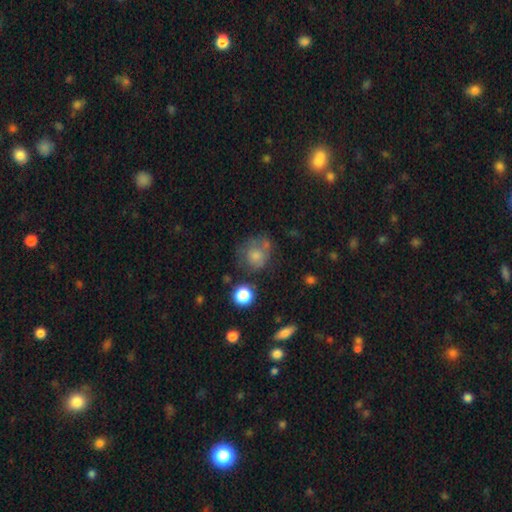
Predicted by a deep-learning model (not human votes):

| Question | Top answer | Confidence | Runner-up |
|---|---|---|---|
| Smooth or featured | smooth | 62% | featured or disk (24%) |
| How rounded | round | 78% | in between (21%) |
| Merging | none | 52% | minor disturbance (24%) |